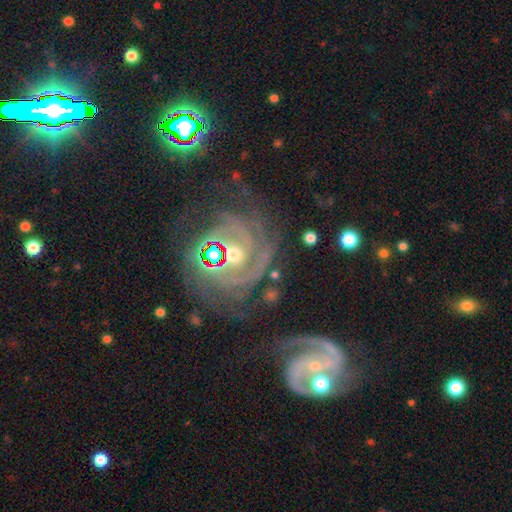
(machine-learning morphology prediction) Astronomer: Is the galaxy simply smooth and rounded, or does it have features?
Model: featured or disk — 77%.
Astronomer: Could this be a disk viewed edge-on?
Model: no — 96%.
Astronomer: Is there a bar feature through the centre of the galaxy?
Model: weak — 38% (runner-up: no, 37%).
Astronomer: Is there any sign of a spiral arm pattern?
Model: yes — 95%.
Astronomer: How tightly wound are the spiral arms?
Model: tight — 60%.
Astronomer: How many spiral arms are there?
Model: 2 — 37% (runner-up: 3, 21%).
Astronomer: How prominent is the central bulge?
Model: small — 45%, tied with moderate at 45%.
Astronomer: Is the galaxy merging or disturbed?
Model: none — 61%.